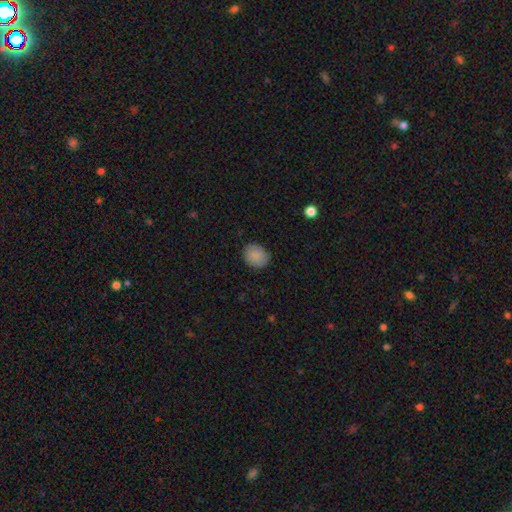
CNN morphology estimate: Smooth or featured?
  - smooth: 87% *
  - star or artifact: 8%
  - featured or disk: 6%
How rounded?
  - round: 64% *
  - in between: 35%
  - cigar-shaped: 1%
Merging?
  - none: 81% *
  - minor disturbance: 15%
  - major disturbance: 3%
  - merger: 1%